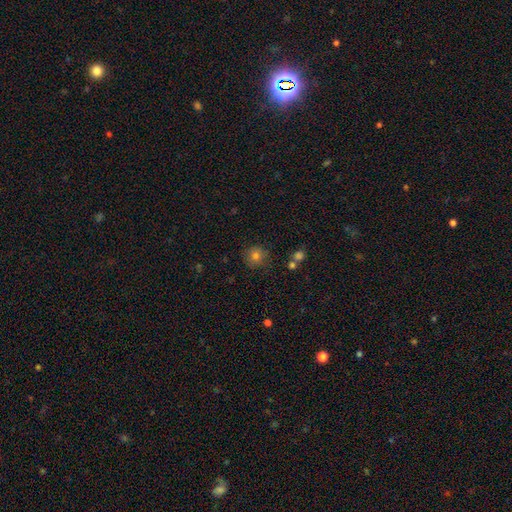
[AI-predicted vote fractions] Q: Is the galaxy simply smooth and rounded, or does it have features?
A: smooth — 78%.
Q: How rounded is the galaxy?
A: round — 92%.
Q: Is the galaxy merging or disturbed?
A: none — 84%.